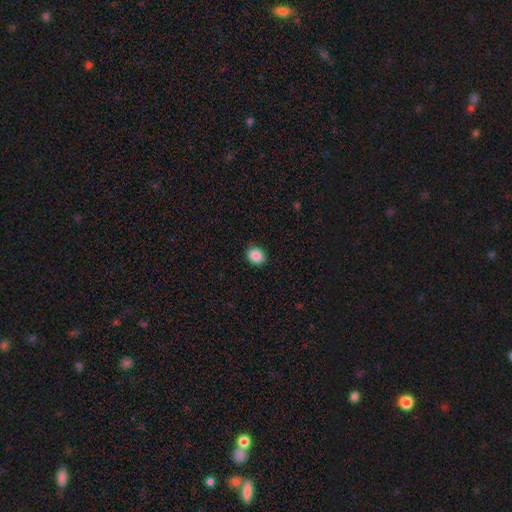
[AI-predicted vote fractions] smooth 88%, star or artifact 9%, featured or disk 3%. Down the decision tree: how rounded — round (55%); merging — none (89%).